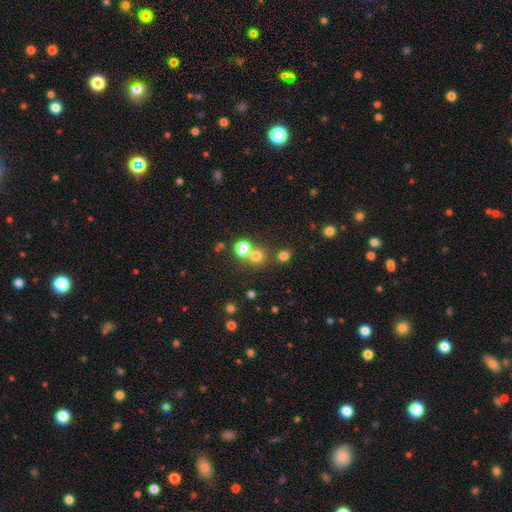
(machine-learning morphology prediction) A smooth galaxy with no disk features (73%) that is round (89%).

Vote fractions:
- Smooth or featured? smooth: 73% / star or artifact: 20% / featured or disk: 8%
- How rounded? round: 89% / in between: 10% / cigar-shaped: 1%
- Merging? none: 65% / merger: 25% / minor disturbance: 7% / major disturbance: 3%